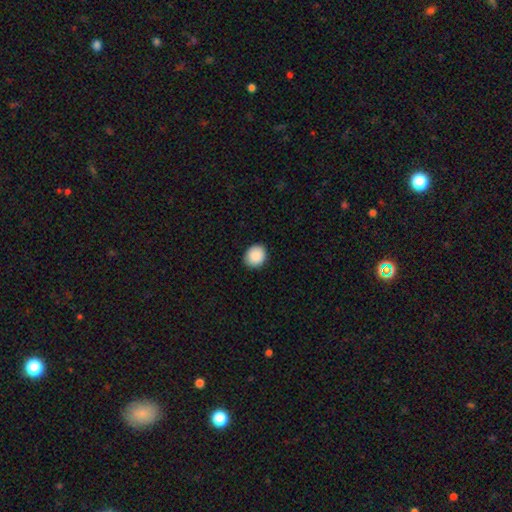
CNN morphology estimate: smooth_or_featured: smooth (p=0.90) [alt: star or artifact p=0.08]
how_rounded: round (p=0.72) [alt: in between p=0.28]
merging: none (p=0.89) [alt: minor disturbance p=0.08]